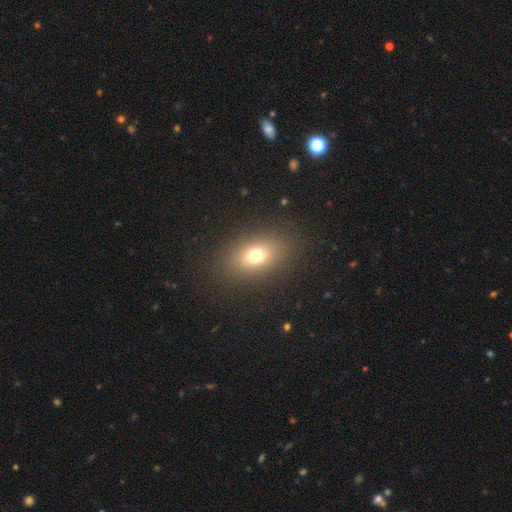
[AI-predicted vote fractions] The model was most divided on "how rounded": in between: 72%, round: 25%, cigar-shaped: 3%. More confident: merging — none (86%); smooth or featured — smooth (70%).